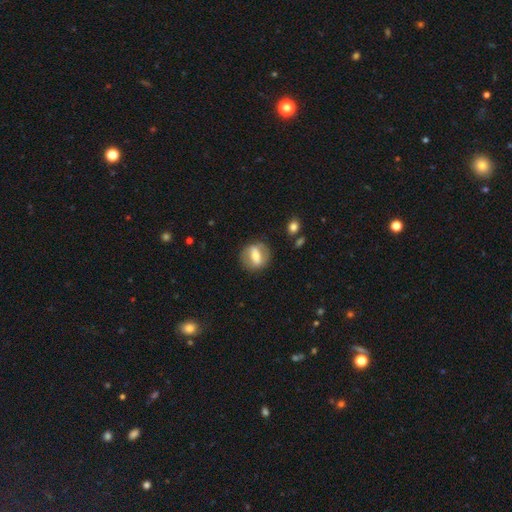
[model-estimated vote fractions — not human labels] Smooth or featured? Predicted: featured or disk (p=0.50). Edge-on disk? Predicted: no (p=0.82). Merging? Predicted: none (p=0.80).